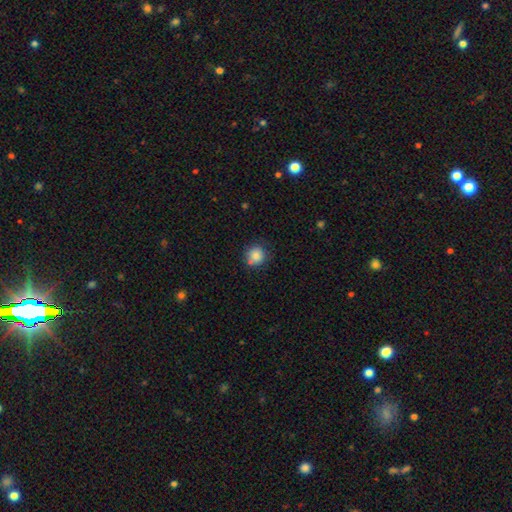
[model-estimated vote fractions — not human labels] Smooth or featured: smooth — 84% (star or artifact — 10%)
How rounded: round — 90% (in between — 9%)
Merging: none — 72% (minor disturbance — 16%)